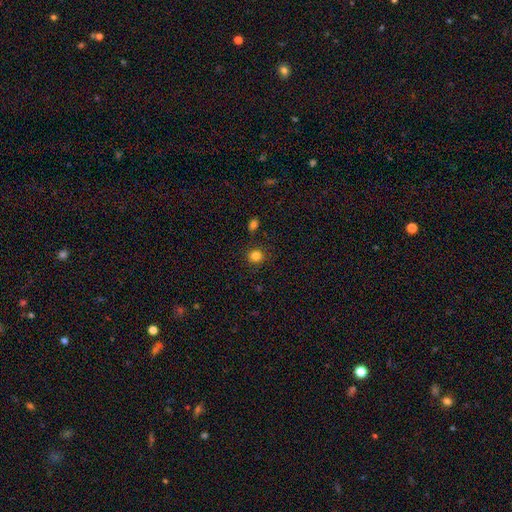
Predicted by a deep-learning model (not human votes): This is clearly a smooth galaxy (83%). How rounded: clearly round (88%). Merging: clearly none (88%).